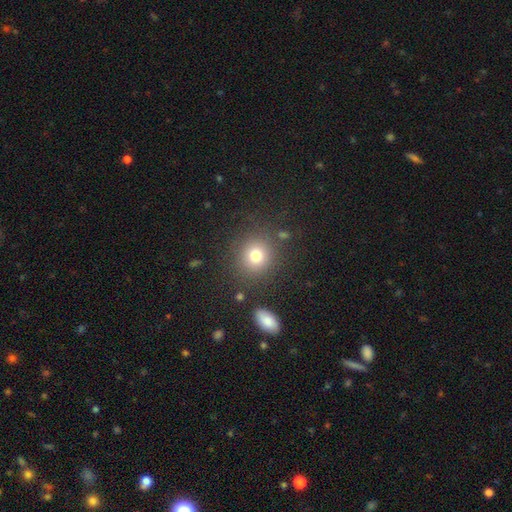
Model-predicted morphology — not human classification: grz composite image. It shows a smooth galaxy with no disk features (78%) that is round (87%). Merging: none (85%).